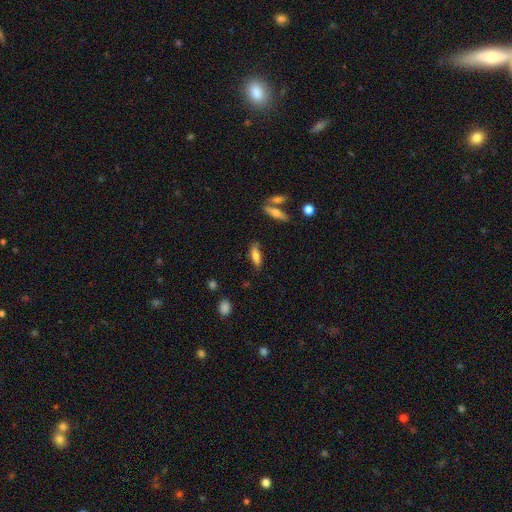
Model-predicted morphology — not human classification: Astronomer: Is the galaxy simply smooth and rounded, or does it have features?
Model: smooth — 75%.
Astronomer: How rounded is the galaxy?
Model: in between — 57% (runner-up: cigar-shaped, 40%).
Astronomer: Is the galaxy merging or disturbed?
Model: none — 74%.